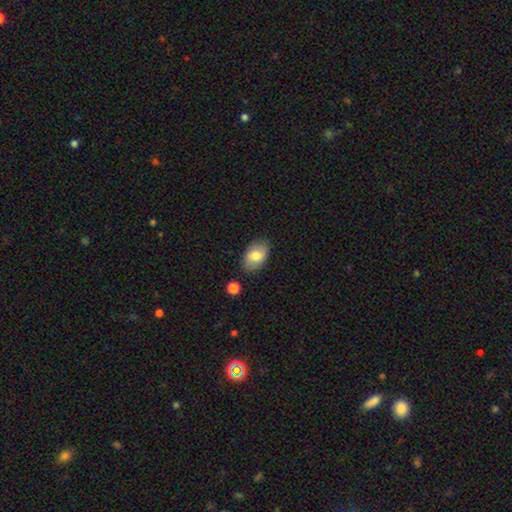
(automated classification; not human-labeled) Q: Smooth or featured?
A: smooth (76%); runner-up: featured or disk (17%)
Q: How rounded?
A: in between (90%); runner-up: round (9%)
Q: Merging?
A: none (83%); runner-up: minor disturbance (12%)